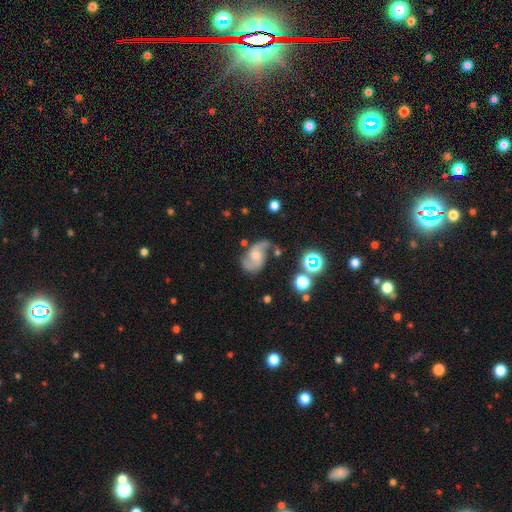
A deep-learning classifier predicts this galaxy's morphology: smooth_or_featured: featured or disk (p=0.80) [alt: smooth p=0.12]
disk_edge_on: no (p=0.97) [alt: yes p=0.03]
bar: no (p=0.54) [alt: weak p=0.38]
has_spiral_arms: yes (p=0.95) [alt: no p=0.05]
spiral_winding: loose (p=0.50) [alt: medium p=0.41]
spiral_arm_count: 2 (p=0.89) [alt: can't tell p=0.04]
bulge_size: moderate (p=0.48) [alt: small p=0.35]
merging: none (p=0.58) [alt: minor disturbance p=0.23]